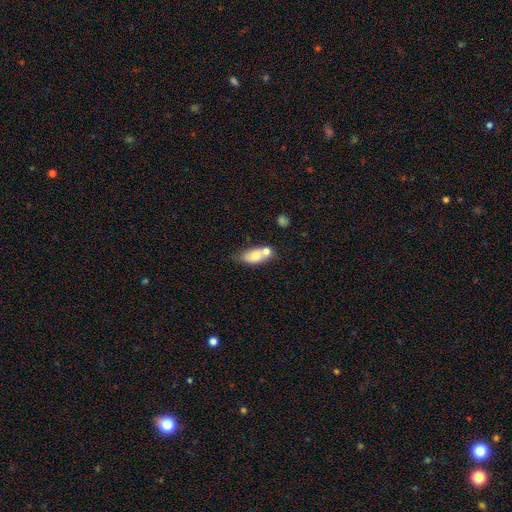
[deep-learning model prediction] smooth 71%, featured or disk 21%, star or artifact 7%. Down the decision tree: how rounded — in between (82%); merging — merger (40%).